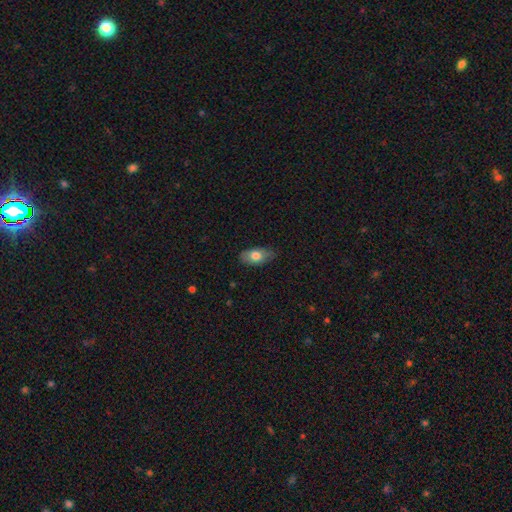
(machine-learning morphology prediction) Smooth or featured: smooth — 74% (featured or disk — 19%)
How rounded: in between — 90% (round — 6%)
Merging: none — 76% (minor disturbance — 20%)